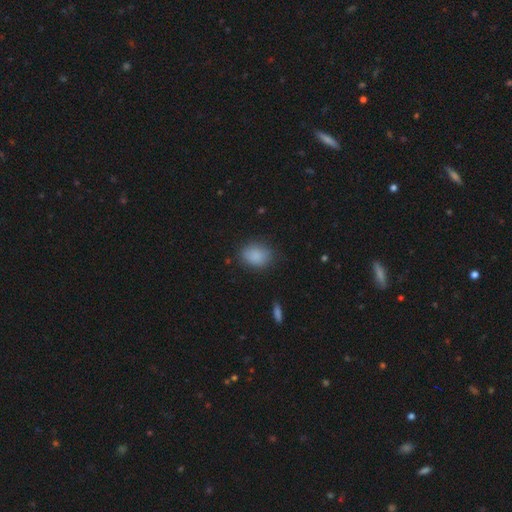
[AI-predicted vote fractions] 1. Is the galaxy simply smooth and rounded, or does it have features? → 87% smooth, 8% star or artifact, 5% featured or disk.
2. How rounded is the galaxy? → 52% in between, 47% round, 1% cigar-shaped.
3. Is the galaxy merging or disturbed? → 80% none, 15% minor disturbance, 4% major disturbance, 1% merger.